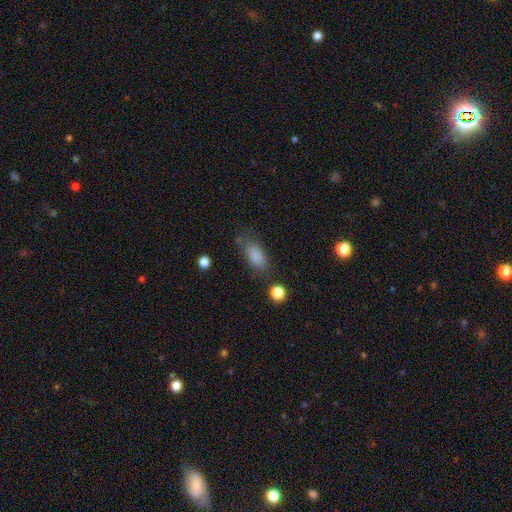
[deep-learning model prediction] This appears to be a smooth galaxy with no disk features (84%) that is in between round and cigar-shaped (87%). Merging: none (64%).